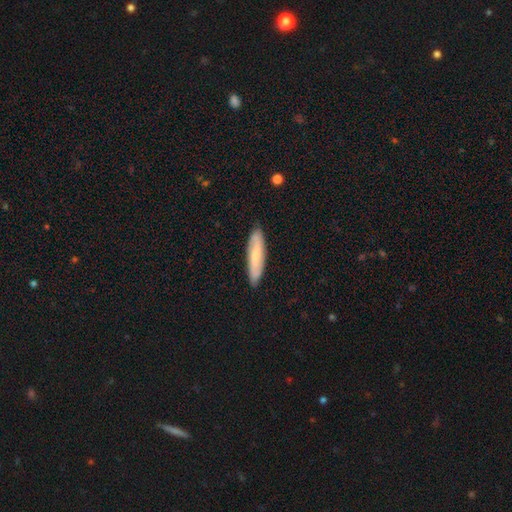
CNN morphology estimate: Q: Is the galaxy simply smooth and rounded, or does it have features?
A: smooth — 51%.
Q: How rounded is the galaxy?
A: cigar-shaped — 74%.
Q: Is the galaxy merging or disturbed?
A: none — 88%.